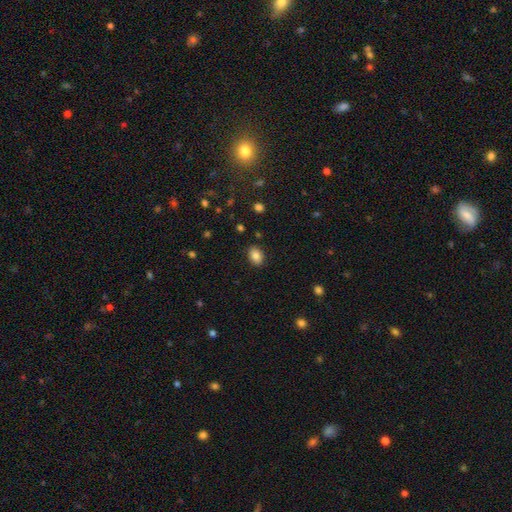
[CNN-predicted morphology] A smooth galaxy with no disk features (85%) that is in between round and cigar-shaped (81%).

Vote fractions:
- Smooth or featured? smooth: 85% / star or artifact: 9% / featured or disk: 6%
- How rounded? in between: 81% / round: 18% / cigar-shaped: 1%
- Merging? none: 86% / minor disturbance: 10% / major disturbance: 3% / merger: 1%